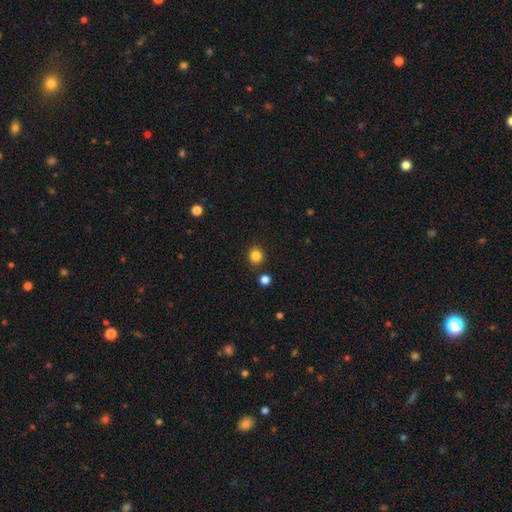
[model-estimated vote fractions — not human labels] Smooth or featured: smooth — 84% (star or artifact — 12%)
How rounded: round — 87% (in between — 12%)
Merging: none — 88% (minor disturbance — 6%)